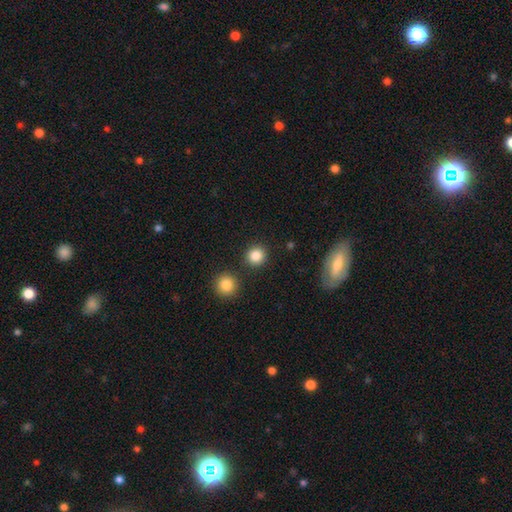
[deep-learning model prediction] This is clearly a smooth galaxy (86%). How rounded: clearly round (90%). Merging: clearly none (87%).